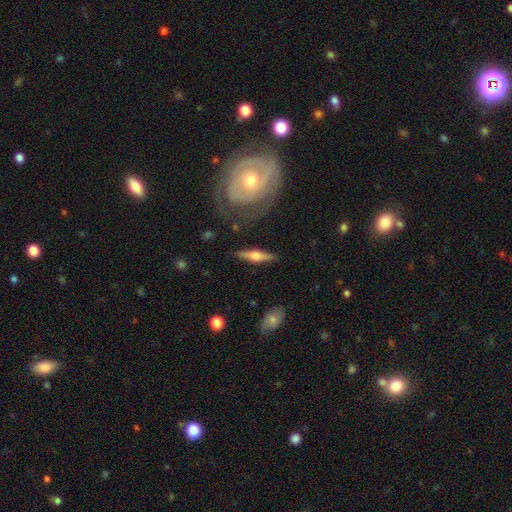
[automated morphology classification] This appears to be a featured or disk galaxy (55%) viewed edge-on (92%) with a rounded central bulge (83%). Merging: none (83%).